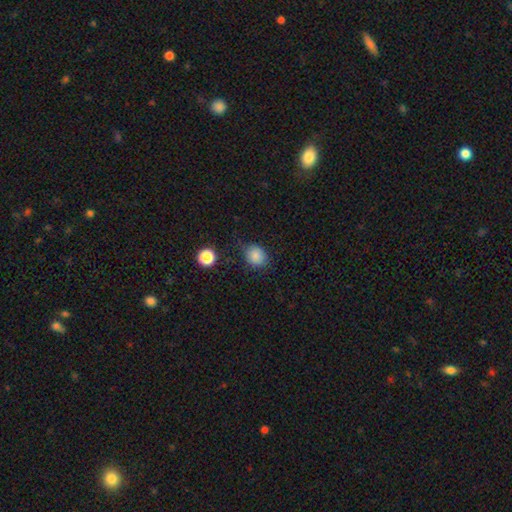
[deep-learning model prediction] A smooth galaxy with no disk features (84%) that is round (52%). Merging: none (74%).